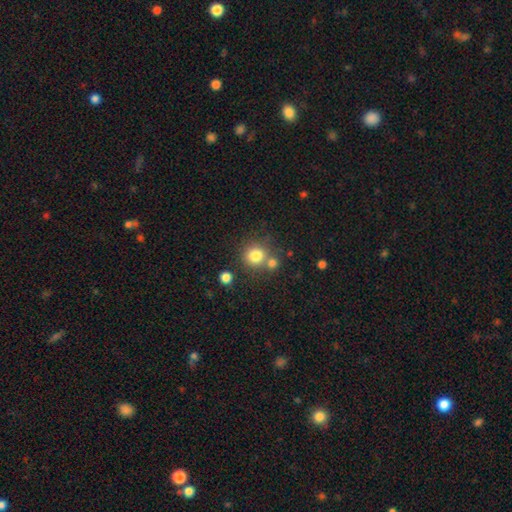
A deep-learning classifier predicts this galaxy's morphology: Overall: smooth (80%). How rounded: round (89%). Merging: none (64%).